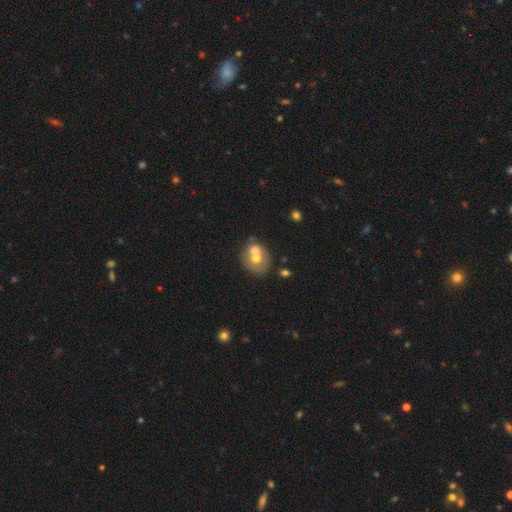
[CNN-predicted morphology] Q: Smooth or featured?
A: smooth (53%); runner-up: featured or disk (39%)
Q: How rounded?
A: round (56%); runner-up: in between (43%)
Q: Merging?
A: merger (55%); runner-up: none (27%)